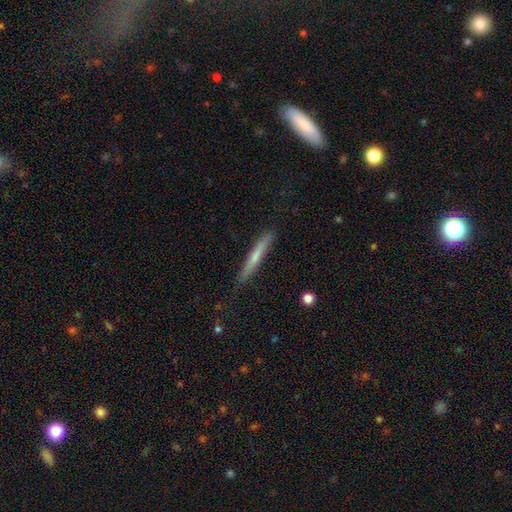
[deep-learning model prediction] A smooth galaxy with no disk features (57%) that is cigar-shaped (95%). Merging: none (82%).